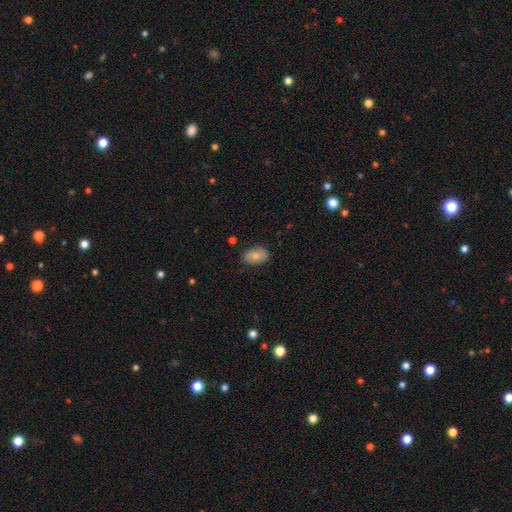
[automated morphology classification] Smooth or featured? smooth (76%)
How rounded? in between (86%)
Merging? none (81%)